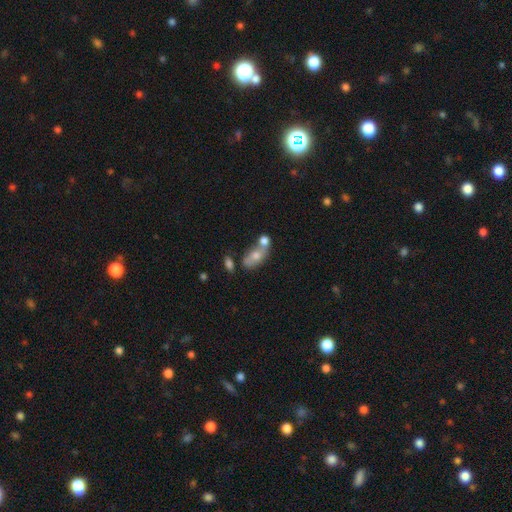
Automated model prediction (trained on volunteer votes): A smooth galaxy with no disk features (67%) that is in between round and cigar-shaped (81%).

Vote fractions:
- Smooth or featured? smooth: 67% / featured or disk: 24% / star or artifact: 9%
- How rounded? in between: 81% / round: 14% / cigar-shaped: 5%
- Merging? merger: 53% / none: 27% / minor disturbance: 12% / major disturbance: 7%